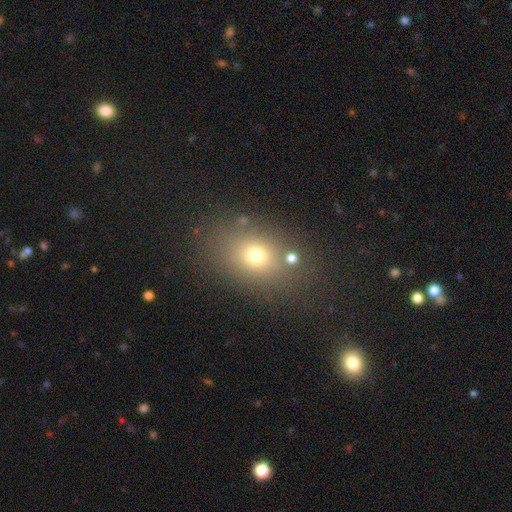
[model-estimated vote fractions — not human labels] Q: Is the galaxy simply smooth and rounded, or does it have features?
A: smooth — 70%.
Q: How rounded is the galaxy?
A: in between — 60%.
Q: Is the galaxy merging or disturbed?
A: none — 76%.